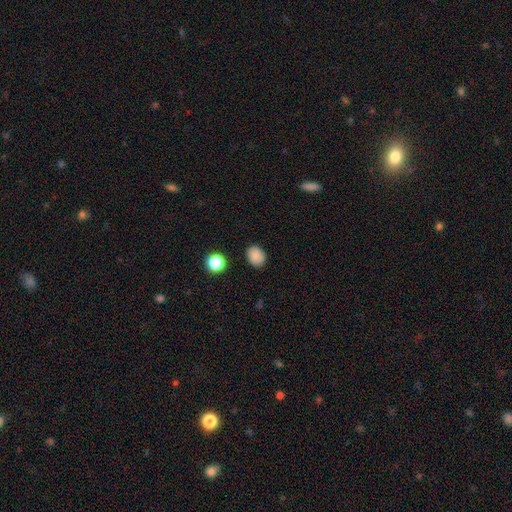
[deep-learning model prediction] smooth 86%, star or artifact 11%, featured or disk 4%. Down the decision tree: how rounded — in between (51%); merging — none (86%).